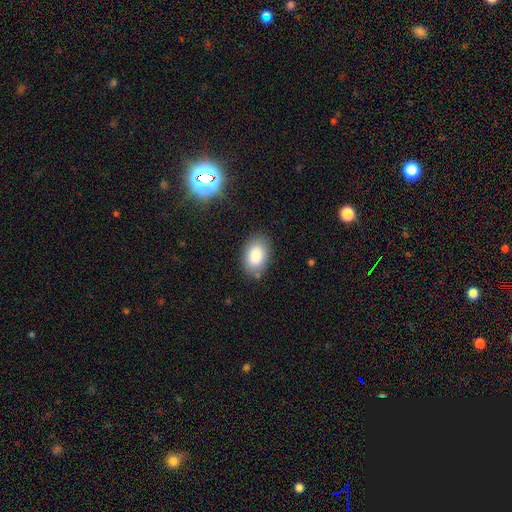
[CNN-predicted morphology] Q: Smooth or featured?
A: smooth (87%); runner-up: star or artifact (8%)
Q: How rounded?
A: in between (87%); runner-up: round (12%)
Q: Merging?
A: none (82%); runner-up: minor disturbance (13%)